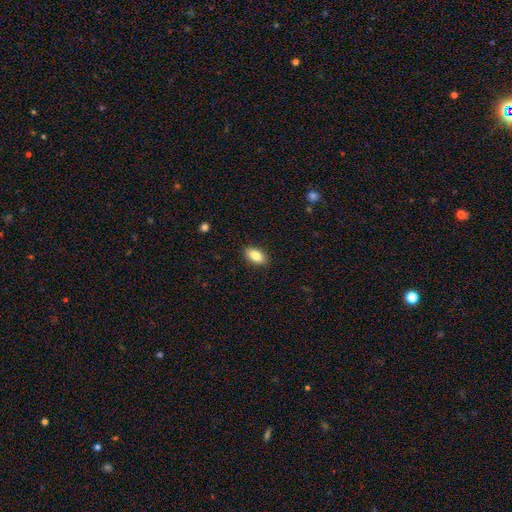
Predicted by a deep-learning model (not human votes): Overall: smooth (85%). How rounded: in between (91%). Merging: none (89%).